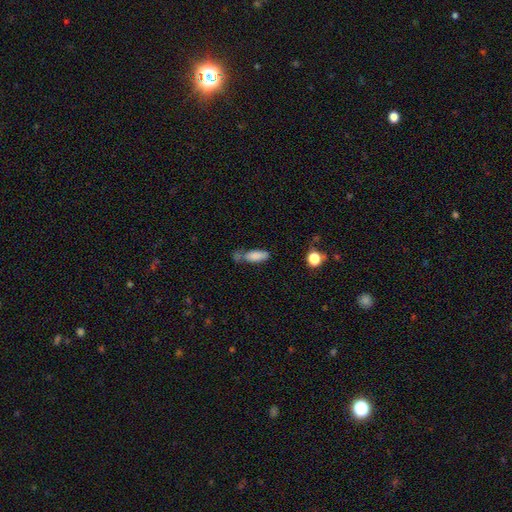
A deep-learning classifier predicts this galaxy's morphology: This is clearly a smooth galaxy (82%). How rounded: likely in between (68%). Merging: possibly none (46%).